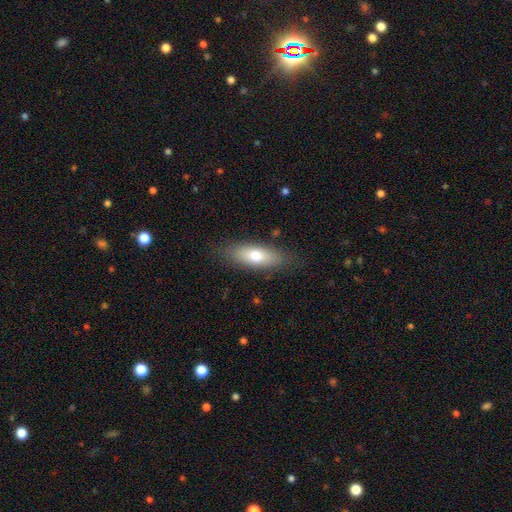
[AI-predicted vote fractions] A smooth galaxy with no disk features (70%) that is in between round and cigar-shaped (68%). Merging: none (82%).